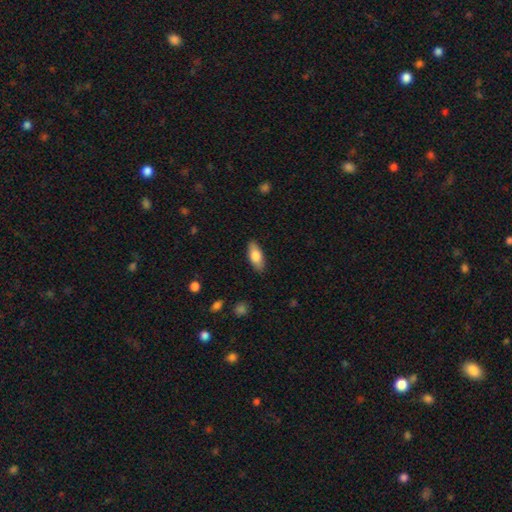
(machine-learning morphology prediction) This is likely a smooth galaxy (76%). How rounded: likely in between (77%). Merging: clearly none (87%).